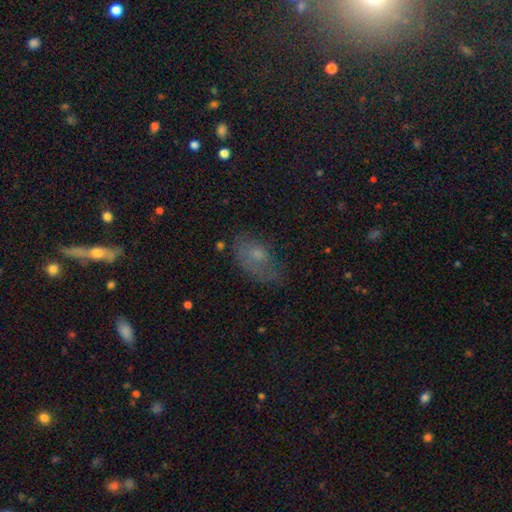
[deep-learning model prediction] Morphology: type=smooth (54%); roundness=in between (87%); merging=none (48%).